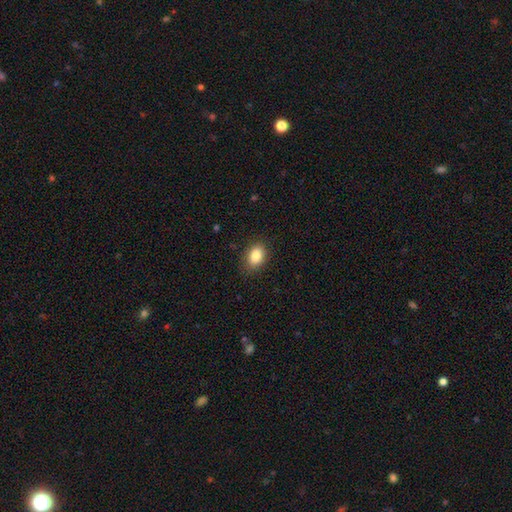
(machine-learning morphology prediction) Smooth or featured? Predicted: smooth (p=0.87). How rounded? Predicted: in between (p=0.82). Merging? Predicted: none (p=0.85).